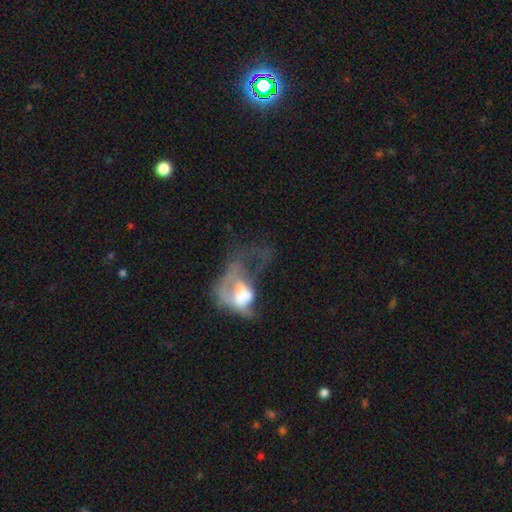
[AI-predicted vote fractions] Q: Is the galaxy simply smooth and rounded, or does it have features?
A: featured or disk — 51%.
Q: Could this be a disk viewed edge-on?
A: no — 94%.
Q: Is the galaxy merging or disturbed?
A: major disturbance — 62%.